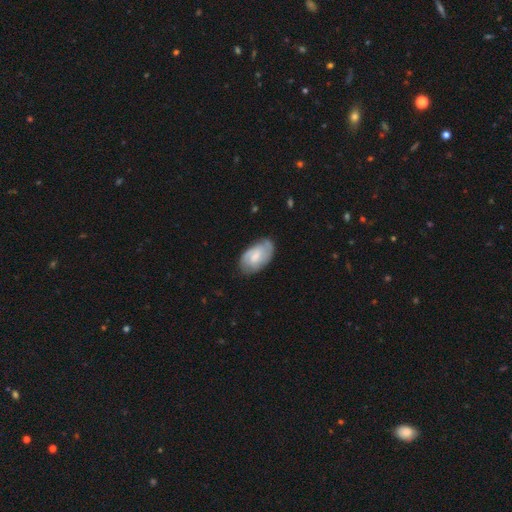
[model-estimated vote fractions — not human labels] Smooth or featured?
  - featured or disk: 60% *
  - smooth: 34%
  - star or artifact: 6%
Edge-on disk?
  - no: 96% *
  - yes: 4%
Bar?
  - weak: 49% *
  - no: 41%
  - strong: 9%
Spiral arms?
  - yes: 88% *
  - no: 12%
Spiral winding?
  - tight: 47% *
  - medium: 39%
  - loose: 14%
Spiral arm count?
  - 2: 59% *
  - can't tell: 24%
  - 3: 7%
  - 1: 7%
  - 4: 2%
  - more than 4: 2%
Bulge size?
  - small: 41% *
  - moderate: 35%
  - none: 16%
  - large: 6%
  - dominant: 1%
Merging?
  - none: 66% *
  - minor disturbance: 25%
  - major disturbance: 7%
  - merger: 2%